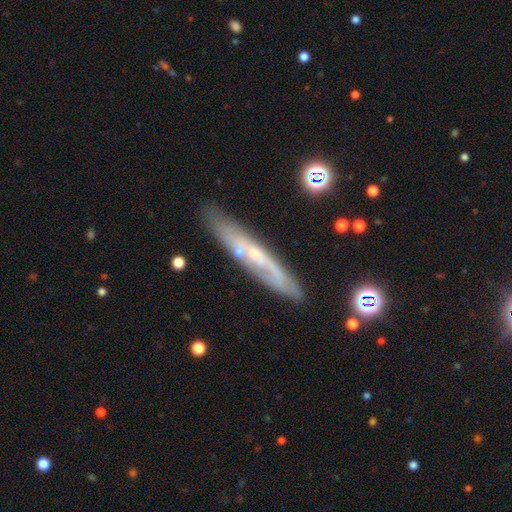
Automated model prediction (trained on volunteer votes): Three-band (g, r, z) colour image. It shows a featured or disk galaxy (63%) viewed edge-on (62%). Merging: none (76%).